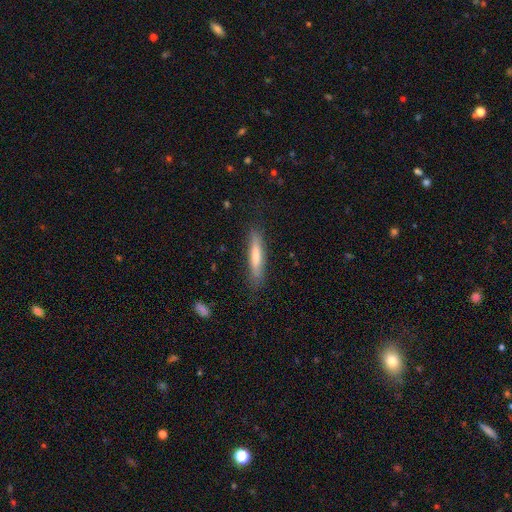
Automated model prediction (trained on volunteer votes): Smooth or featured? Predicted: smooth (p=0.63). How rounded? Predicted: cigar-shaped (p=0.89). Merging? Predicted: none (p=0.82).